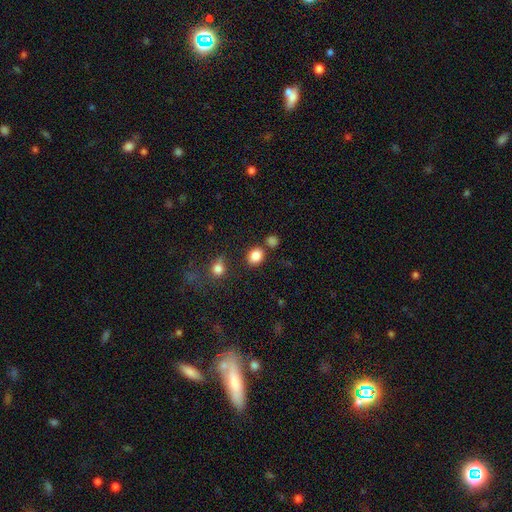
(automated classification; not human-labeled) smooth 85%, star or artifact 10%, featured or disk 5%. Down the decision tree: how rounded — round (54%); merging — none (74%).